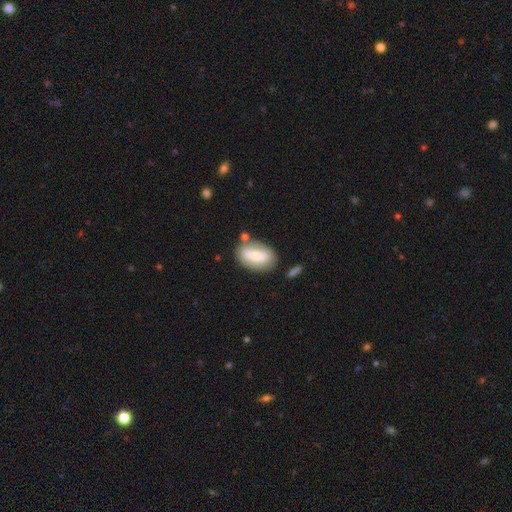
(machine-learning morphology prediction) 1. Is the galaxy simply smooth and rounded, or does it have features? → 63% smooth, 30% featured or disk, 6% star or artifact.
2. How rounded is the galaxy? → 90% in between, 7% round, 3% cigar-shaped.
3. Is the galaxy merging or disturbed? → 68% none, 18% minor disturbance, 9% merger, 6% major disturbance.